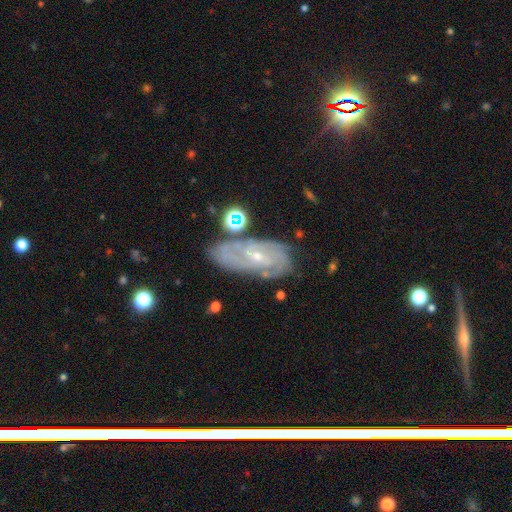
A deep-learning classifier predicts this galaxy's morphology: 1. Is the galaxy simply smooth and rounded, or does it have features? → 79% featured or disk, 13% smooth, 8% star or artifact.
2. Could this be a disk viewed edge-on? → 93% no, 7% yes.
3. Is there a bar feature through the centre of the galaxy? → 45% no, 42% weak, 13% strong.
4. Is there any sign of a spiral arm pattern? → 91% yes, 9% no.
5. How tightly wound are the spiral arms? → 60% tight, 31% medium, 9% loose.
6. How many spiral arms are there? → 38% can't tell, 33% 2, 14% 3, 6% 4, 4% 1, 4% more than 4.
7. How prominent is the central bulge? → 75% small, 22% moderate, 2% none, 1% large, 1% dominant.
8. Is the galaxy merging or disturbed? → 62% none, 21% minor disturbance, 9% merger, 8% major disturbance.